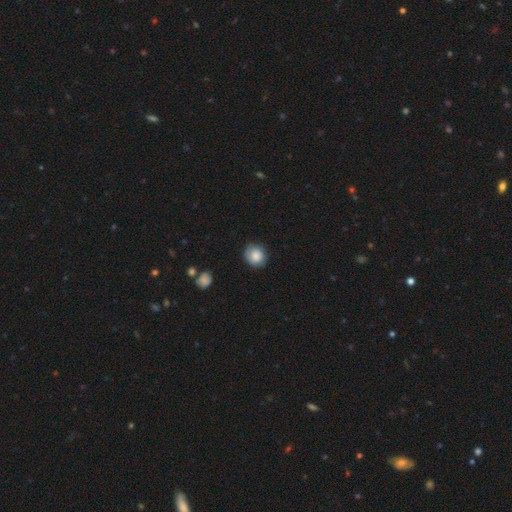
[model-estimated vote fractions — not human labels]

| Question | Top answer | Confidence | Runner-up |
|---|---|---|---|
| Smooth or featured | smooth | 85% | star or artifact (8%) |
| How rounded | round | 75% | in between (24%) |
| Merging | none | 81% | minor disturbance (15%) |